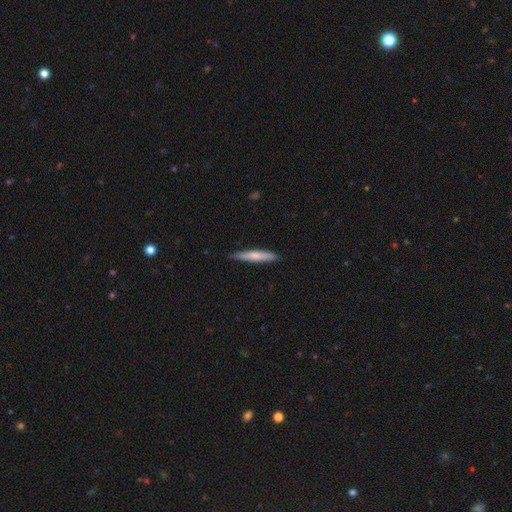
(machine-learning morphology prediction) This is likely a smooth galaxy (67%). How rounded: clearly cigar-shaped (91%). Merging: clearly none (87%).